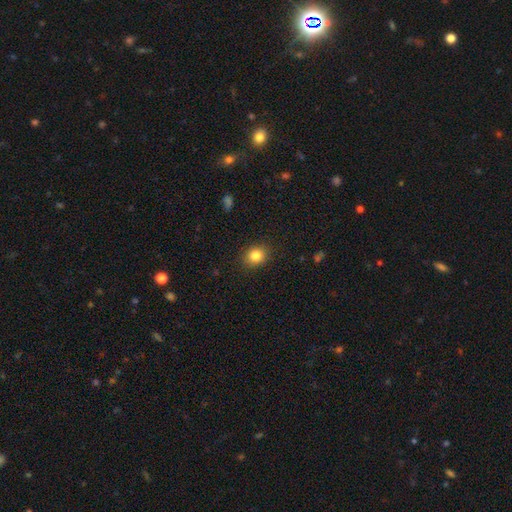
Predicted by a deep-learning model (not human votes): A smooth galaxy with no disk features (84%) that is round (62%). Merging: none (88%).